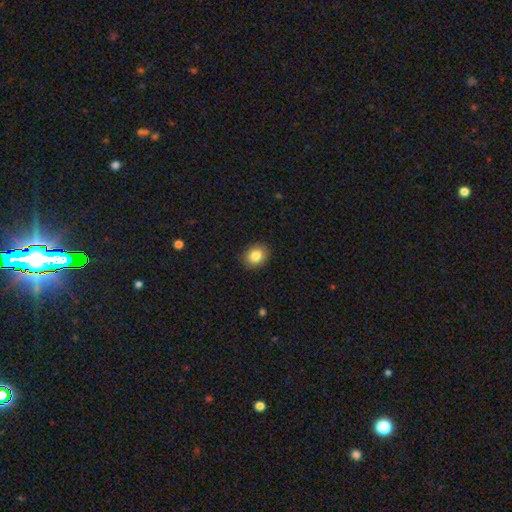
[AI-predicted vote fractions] smooth-or-featured: smooth: 84% | star or artifact: 9% | featured or disk: 7%
  how-rounded: round: 55% | in between: 44% | cigar-shaped: 1%
  merging: none: 89% | minor disturbance: 8% | major disturbance: 2% | merger: 1%